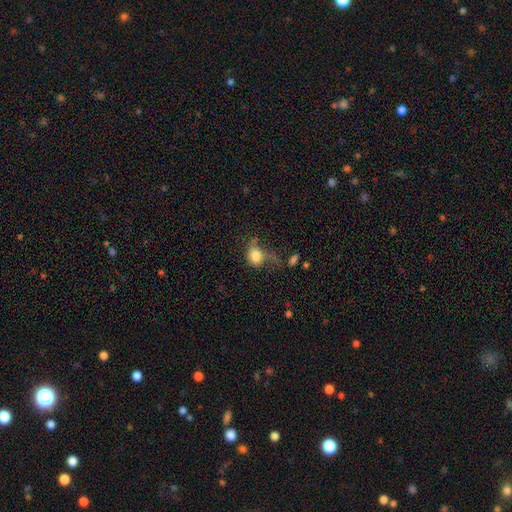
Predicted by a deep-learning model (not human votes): Smooth or featured?
  - smooth: 74% *
  - featured or disk: 16%
  - star or artifact: 10%
How rounded?
  - round: 60% *
  - in between: 38%
  - cigar-shaped: 2%
Merging?
  - major disturbance: 38% *
  - none: 29%
  - minor disturbance: 24%
  - merger: 9%